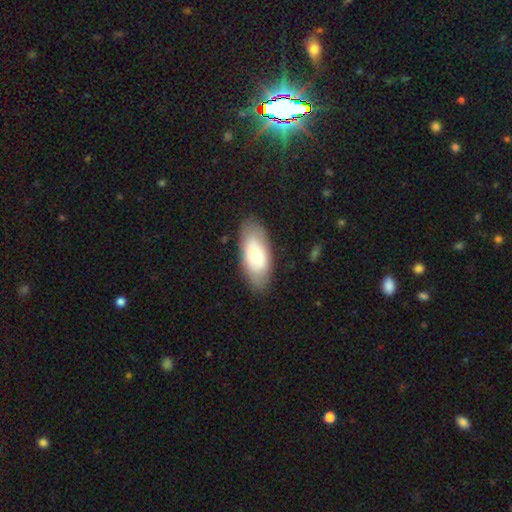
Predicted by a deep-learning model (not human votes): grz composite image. It shows a smooth galaxy with no disk features (66%) that is in between round and cigar-shaped (87%). Merging: none (78%).